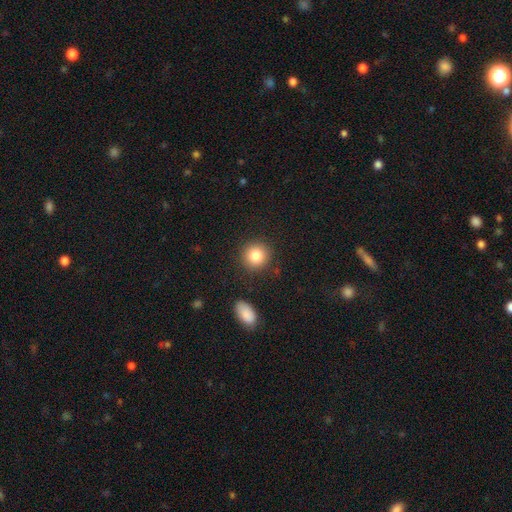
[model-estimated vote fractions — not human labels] Smooth or featured? Predicted: smooth (p=0.83). How rounded? Predicted: round (p=0.90). Merging? Predicted: none (p=0.87).